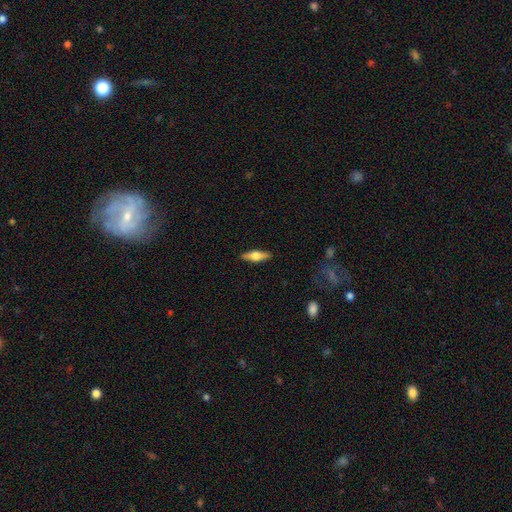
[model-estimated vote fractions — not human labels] Smooth or featured? Predicted: featured or disk (p=0.49). Merging? Predicted: none (p=0.90).